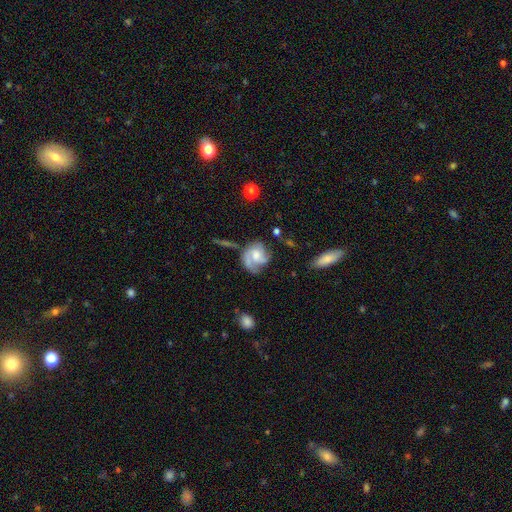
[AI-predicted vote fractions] Smooth or featured?
  - featured or disk: 69% *
  - smooth: 24%
  - star or artifact: 7%
Edge-on disk?
  - no: 97% *
  - yes: 3%
Bar?
  - no: 62% *
  - weak: 32%
  - strong: 6%
Spiral arms?
  - yes: 89% *
  - no: 11%
Spiral winding?
  - medium: 44% *
  - tight: 36%
  - loose: 20%
Spiral arm count?
  - 2: 41% *
  - 3: 21%
  - can't tell: 18%
  - 1: 14%
  - 4: 3%
  - more than 4: 3%
Bulge size?
  - moderate: 48% *
  - small: 27%
  - large: 13%
  - none: 11%
  - dominant: 2%
Merging?
  - none: 51% *
  - minor disturbance: 24%
  - major disturbance: 19%
  - merger: 6%